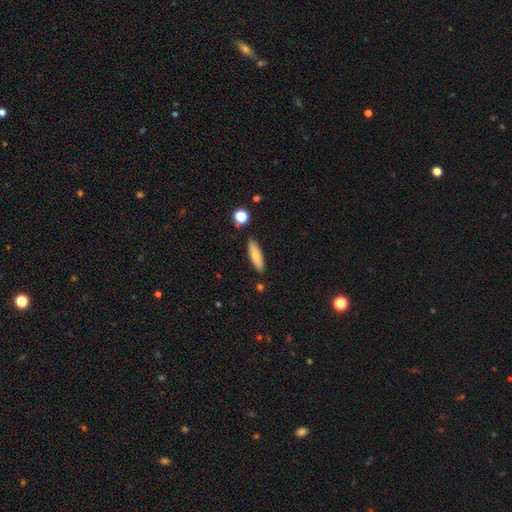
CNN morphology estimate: This is likely a smooth galaxy (71%). How rounded: possibly cigar-shaped (57%). Merging: clearly none (86%).